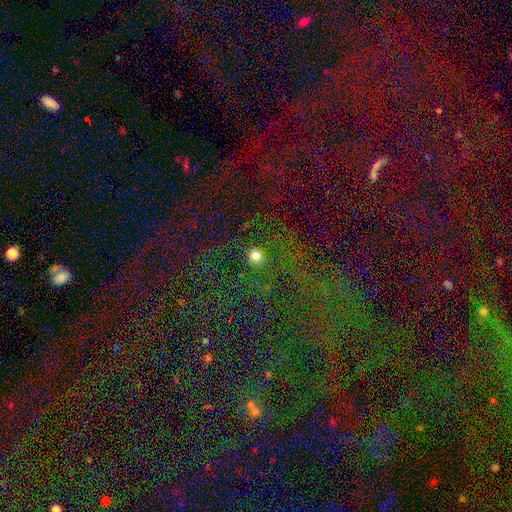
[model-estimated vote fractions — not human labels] The model was most divided on "smooth or featured": smooth: 73%, star or artifact: 19%, featured or disk: 8%. More confident: how rounded — round (93%); merging — none (82%).